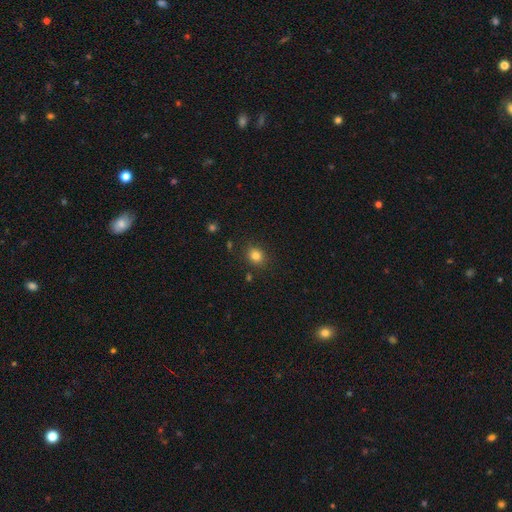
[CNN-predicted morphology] A smooth galaxy with no disk features (82%) that is round (71%). Merging: none (86%).